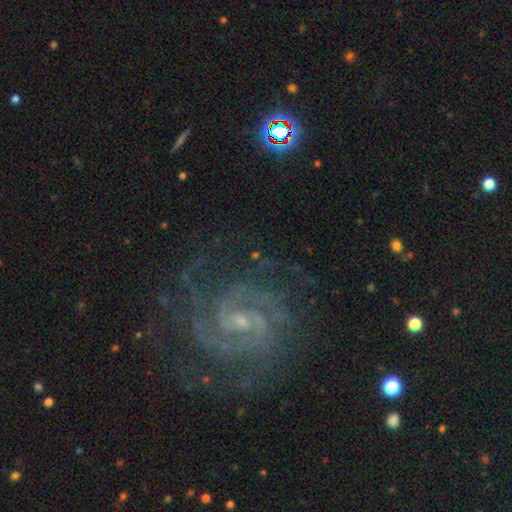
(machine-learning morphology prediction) Smooth or featured: featured or disk — 86% (star or artifact — 9%)
Edge-on disk: no — 98% (yes — 2%)
Bar: weak — 43% (no — 41%)
Spiral arms: yes — 97% (no — 3%)
Spiral winding: tight — 53% (medium — 40%)
Spiral arm count: 2 — 51% (3 — 16%)
Bulge size: small — 67% (moderate — 27%)
Merging: none — 71% (minor disturbance — 16%)